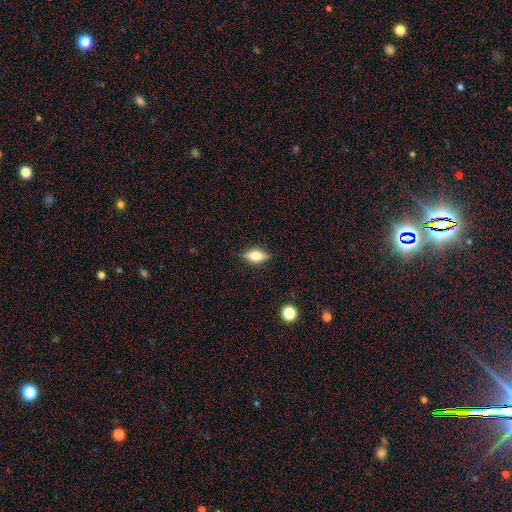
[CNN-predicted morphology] Q: Smooth or featured?
A: smooth (49%); runner-up: featured or disk (42%)
Q: Merging?
A: none (85%); runner-up: minor disturbance (11%)